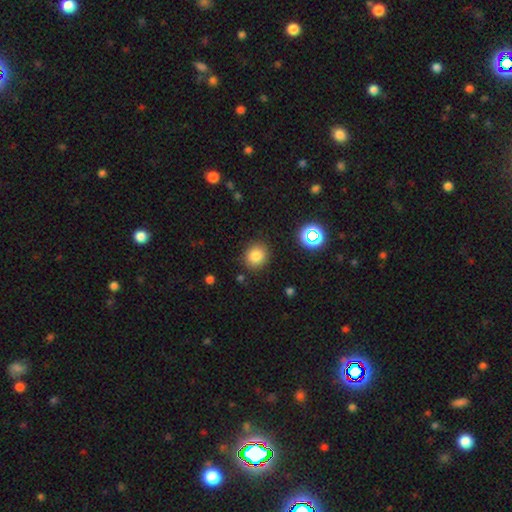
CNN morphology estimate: type=smooth (81%); roundness=round (83%); merging=none (87%).